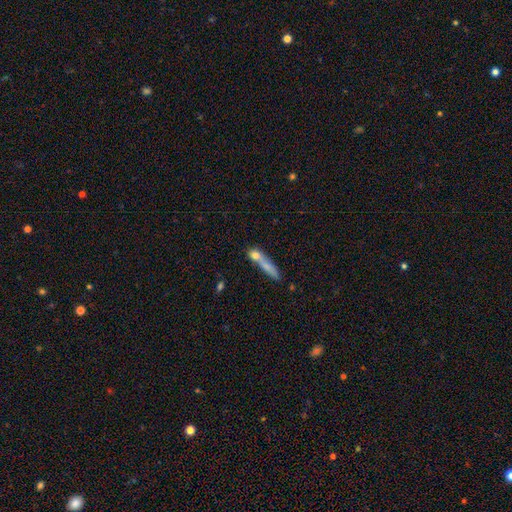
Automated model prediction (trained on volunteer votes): This is likely a smooth galaxy (68%). How rounded: likely cigar-shaped (70%). Merging: marginally none (42%).